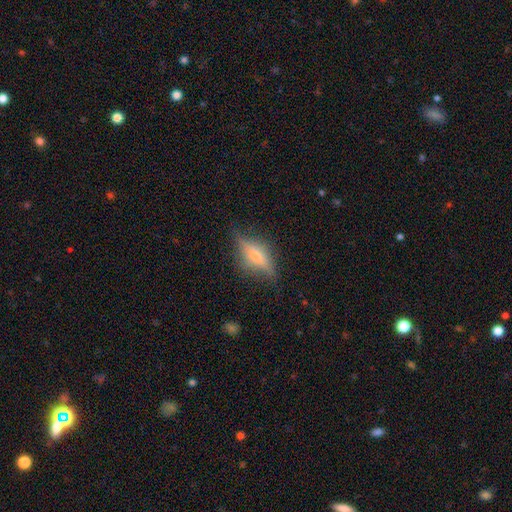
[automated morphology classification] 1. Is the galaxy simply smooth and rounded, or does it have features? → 55% featured or disk, 35% smooth, 9% star or artifact.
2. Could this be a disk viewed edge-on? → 86% yes, 14% no.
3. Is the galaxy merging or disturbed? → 70% none, 21% minor disturbance, 8% major disturbance, 2% merger.